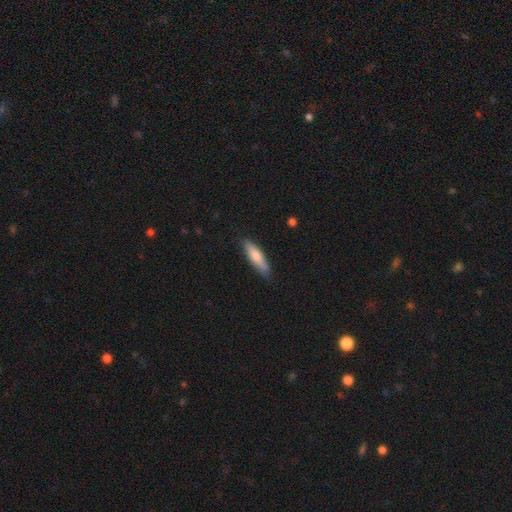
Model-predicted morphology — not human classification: A smooth galaxy with no disk features (72%) that is cigar-shaped (71%).

Vote fractions:
- Smooth or featured? smooth: 72% / featured or disk: 23% / star or artifact: 6%
- How rounded? cigar-shaped: 71% / in between: 27% / round: 2%
- Merging? none: 83% / minor disturbance: 13% / major disturbance: 2% / merger: 1%